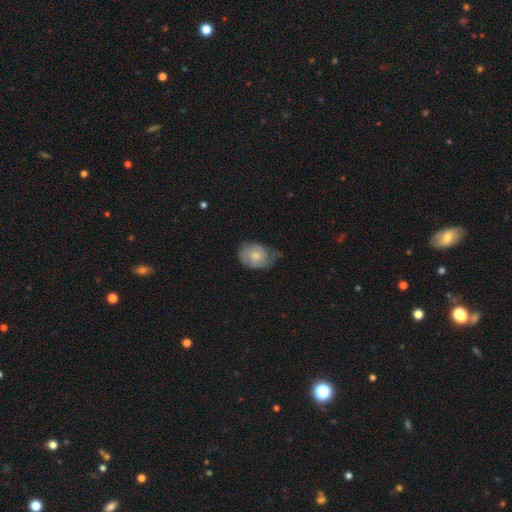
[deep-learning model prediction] Overall: smooth (58%; featured or disk 36%). How rounded: in between (68%; round 31%). Merging: none (46%; minor disturbance 39%).